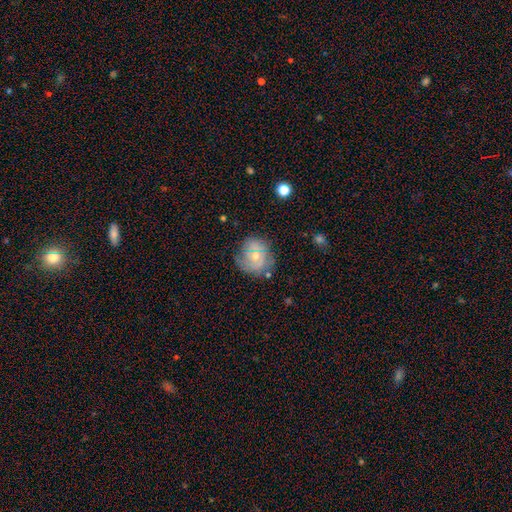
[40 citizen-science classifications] smooth_or_featured: smooth (p=0.47) [tied with: featured or disk p=0.47]
how_rounded: round (p=0.74) [alt: in between p=0.21]
merging: none (p=0.61) [alt: minor disturbance p=0.21]